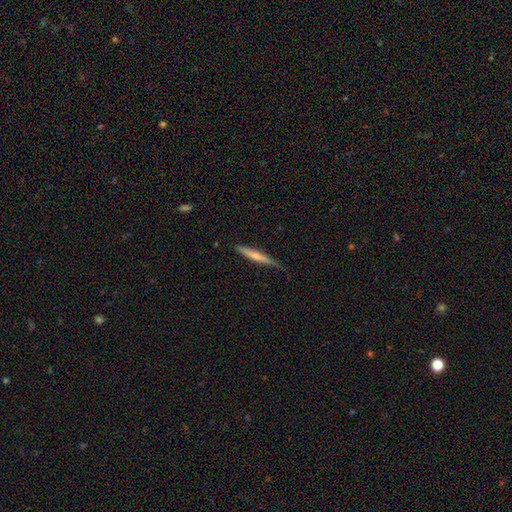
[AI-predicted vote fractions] smooth_or_featured: smooth (p=0.56) [alt: featured or disk p=0.38]
how_rounded: cigar-shaped (p=0.94) [alt: in between p=0.05]
merging: none (p=0.68) [alt: minor disturbance p=0.26]